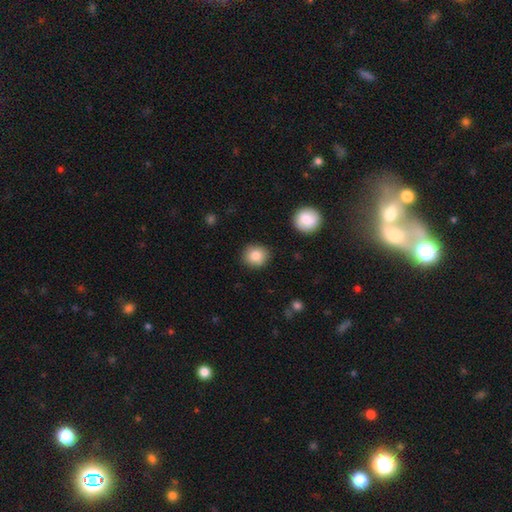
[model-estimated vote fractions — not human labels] Q: Smooth or featured?
A: smooth (84%); runner-up: star or artifact (9%)
Q: How rounded?
A: round (86%); runner-up: in between (13%)
Q: Merging?
A: none (88%); runner-up: minor disturbance (8%)